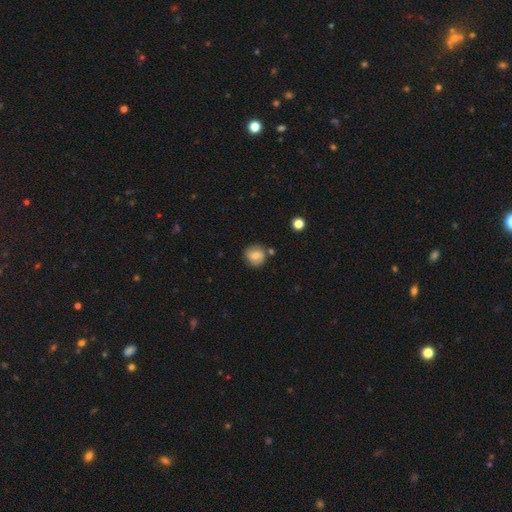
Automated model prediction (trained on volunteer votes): A smooth galaxy with no disk features (67%) that is round (85%).

Vote fractions:
- Smooth or featured? smooth: 67% / featured or disk: 24% / star or artifact: 9%
- How rounded? round: 85% / in between: 14% / cigar-shaped: 1%
- Merging? none: 74% / minor disturbance: 15% / merger: 8% / major disturbance: 4%